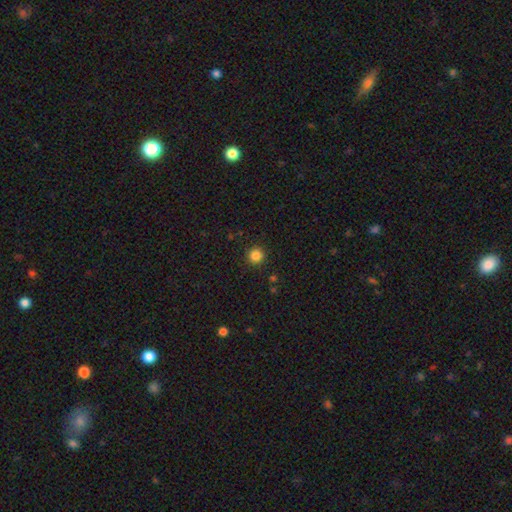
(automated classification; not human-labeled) Morphology: type=smooth (84%); roundness=round (95%); merging=none (92%).